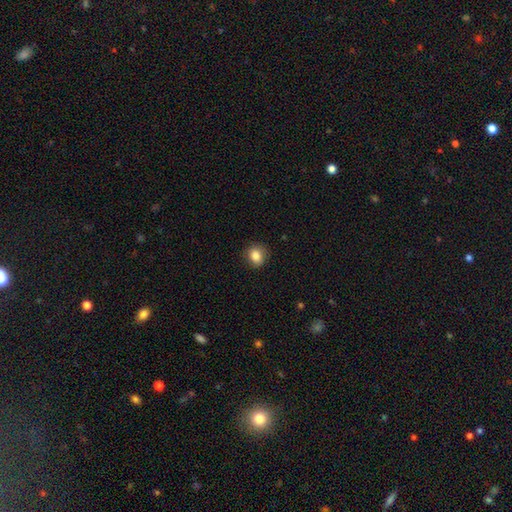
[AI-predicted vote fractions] This is clearly a smooth galaxy (84%). How rounded: likely round (67%). Merging: clearly none (85%).